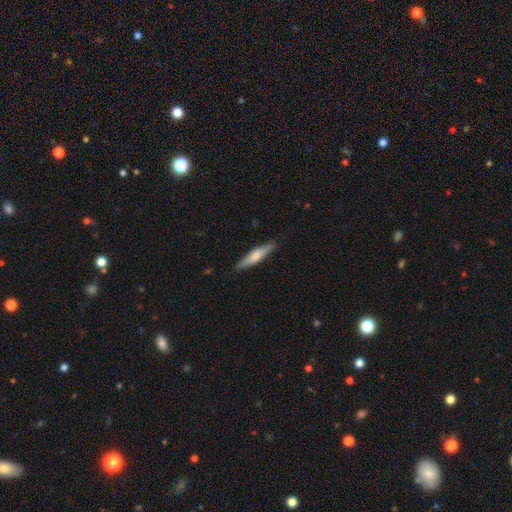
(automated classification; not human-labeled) Q: Smooth or featured?
A: smooth (56%); runner-up: featured or disk (38%)
Q: How rounded?
A: cigar-shaped (82%); runner-up: in between (16%)
Q: Merging?
A: none (88%); runner-up: minor disturbance (9%)